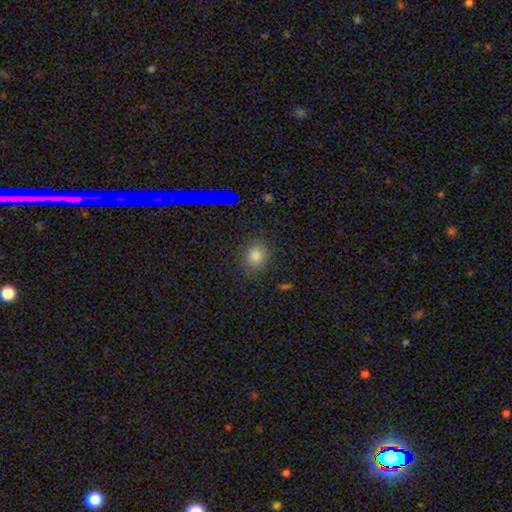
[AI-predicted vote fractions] smooth-or-featured: smooth: 78% | star or artifact: 16% | featured or disk: 6%
  how-rounded: round: 60% | in between: 39% | cigar-shaped: 1%
  merging: none: 86% | minor disturbance: 10% | major disturbance: 3% | merger: 1%